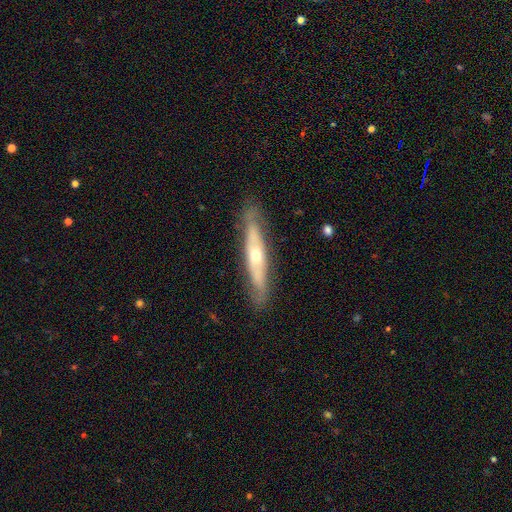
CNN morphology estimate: This appears to be a featured or disk galaxy (63%) viewed edge-on (67%). Merging: none (81%).